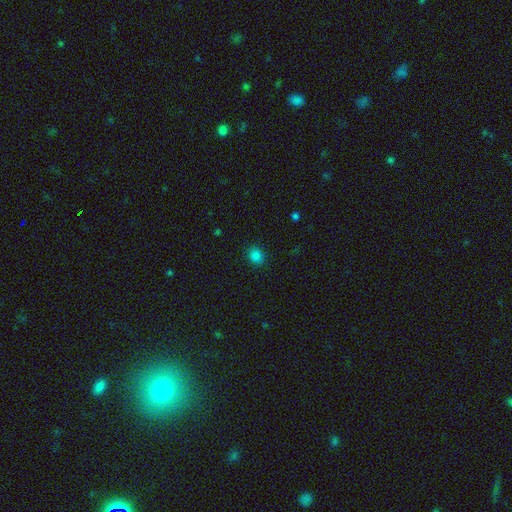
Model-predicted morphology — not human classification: The model was most divided on "how rounded": round: 67%, in between: 32%, cigar-shaped: 1%. More confident: merging — none (90%); smooth or featured — smooth (83%).